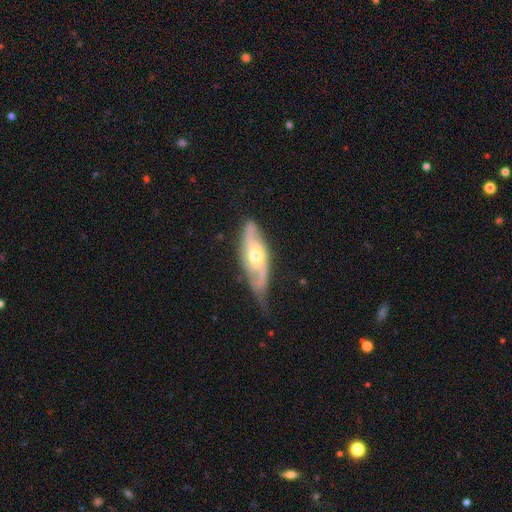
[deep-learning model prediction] smooth_or_featured: featured or disk (p=0.76) [alt: smooth p=0.19]
disk_edge_on: no (p=0.79) [alt: yes p=0.21]
bar: no (p=0.68) [alt: weak p=0.25]
has_spiral_arms: yes (p=0.88) [alt: no p=0.12]
spiral_winding: medium (p=0.42) [alt: tight p=0.29]
spiral_arm_count: 2 (p=0.71) [alt: can't tell p=0.17]
bulge_size: moderate (p=0.68) [alt: small p=0.25]
merging: none (p=0.57) [alt: minor disturbance p=0.30]